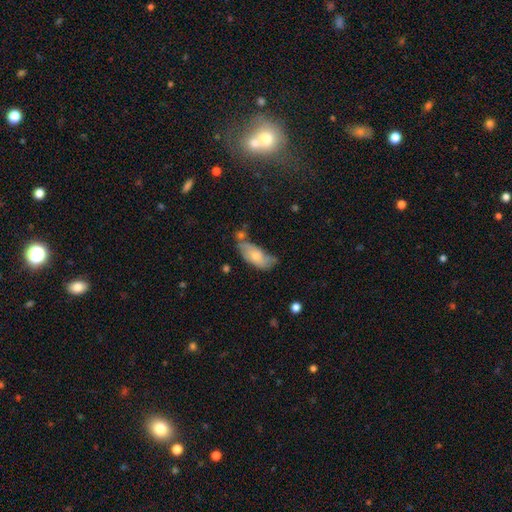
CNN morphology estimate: Smooth or featured?
  - smooth: 66% *
  - featured or disk: 27%
  - star or artifact: 7%
How rounded?
  - in between: 86% *
  - cigar-shaped: 12%
  - round: 3%
Merging?
  - none: 44% *
  - minor disturbance: 31%
  - merger: 14%
  - major disturbance: 11%